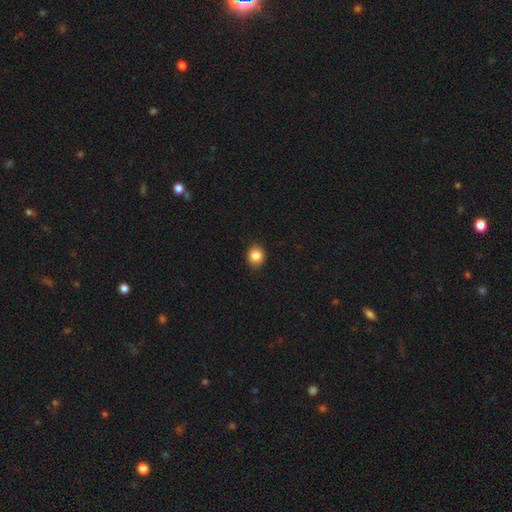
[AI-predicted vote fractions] This is clearly a smooth galaxy (85%). How rounded: likely round (71%). Merging: clearly none (90%).